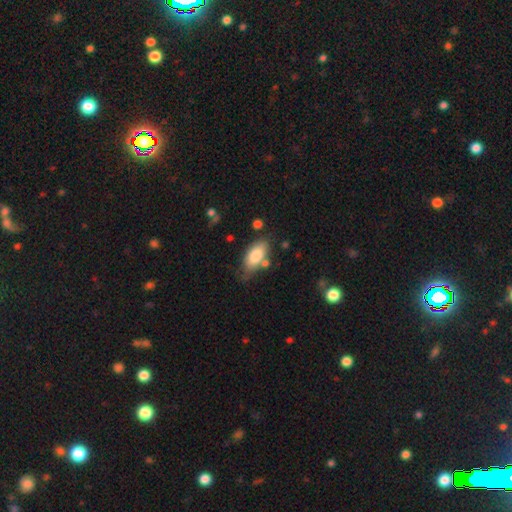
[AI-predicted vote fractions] This appears to be a smooth galaxy with no disk features (81%) that is in between round and cigar-shaped (89%). Merging: none (65%).